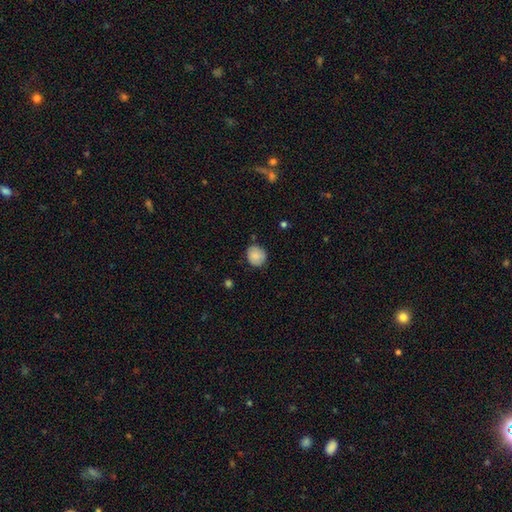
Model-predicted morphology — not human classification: Smooth or featured? smooth (80%)
How rounded? round (77%)
Merging? none (77%)